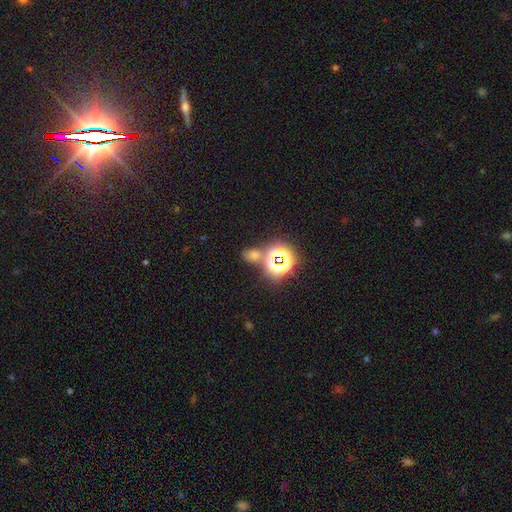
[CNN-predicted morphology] A star or artifact, not a galaxy (67%).